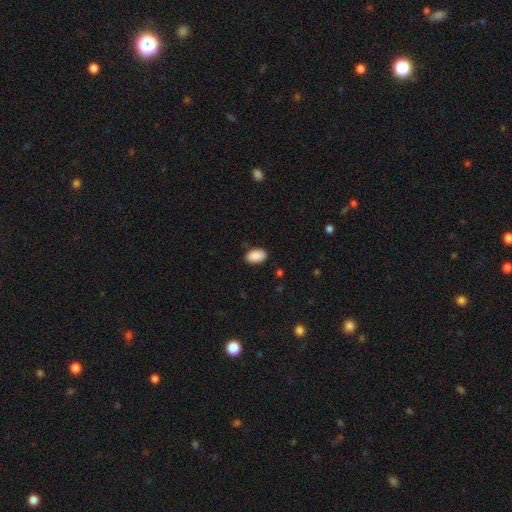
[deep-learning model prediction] smooth 90%, star or artifact 7%, featured or disk 3%. Down the decision tree: how rounded — in between (91%); merging — none (86%).